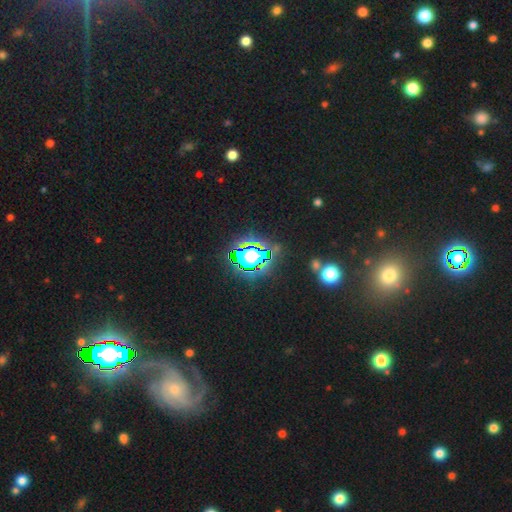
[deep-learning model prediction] Smooth or featured?
  - star or artifact: 75% *
  - smooth: 14%
  - featured or disk: 11%